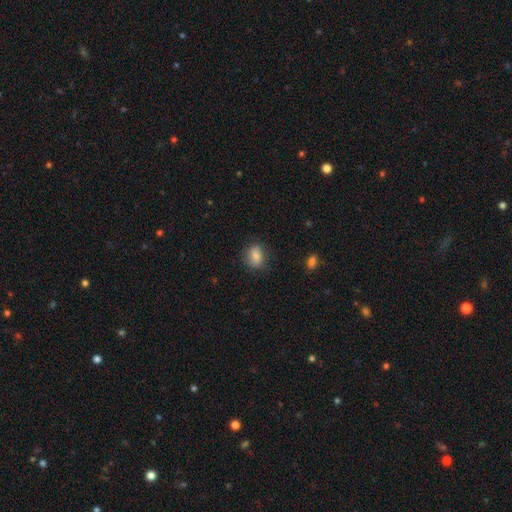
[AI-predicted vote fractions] Smooth or featured? smooth (81%)
How rounded? in between (56%)
Merging? none (82%)